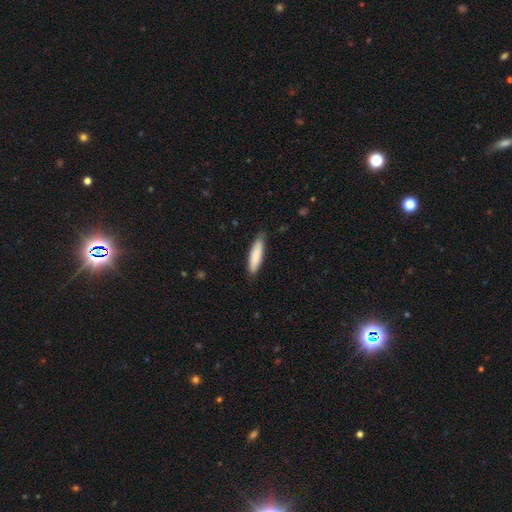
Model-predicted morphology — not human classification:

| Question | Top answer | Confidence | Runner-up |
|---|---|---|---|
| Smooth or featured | smooth | 85% | featured or disk (9%) |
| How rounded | cigar-shaped | 69% | in between (29%) |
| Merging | none | 81% | minor disturbance (16%) |